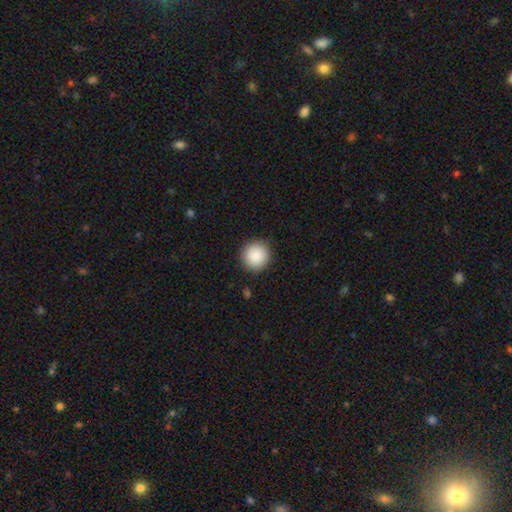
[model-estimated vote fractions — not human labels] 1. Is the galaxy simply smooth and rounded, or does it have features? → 88% smooth, 8% star or artifact, 4% featured or disk.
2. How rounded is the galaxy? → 95% round, 4% in between, 1% cigar-shaped.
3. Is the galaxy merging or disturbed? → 90% none, 7% minor disturbance, 2% major disturbance, 1% merger.